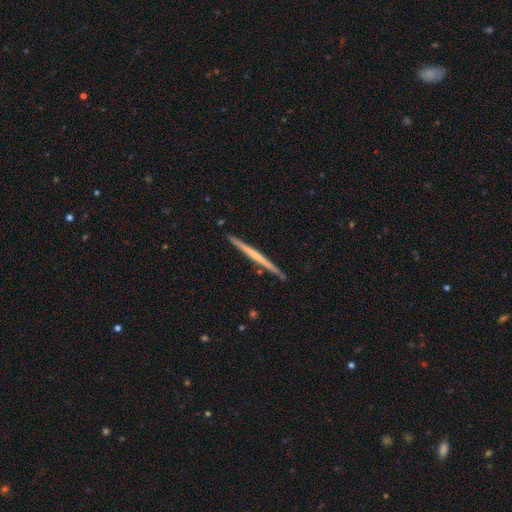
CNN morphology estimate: featured or disk 59%, smooth 36%, star or artifact 5%. Down the decision tree: edge-on disk — yes (98%); edge-on bulge — none (82%); merging — none (91%).